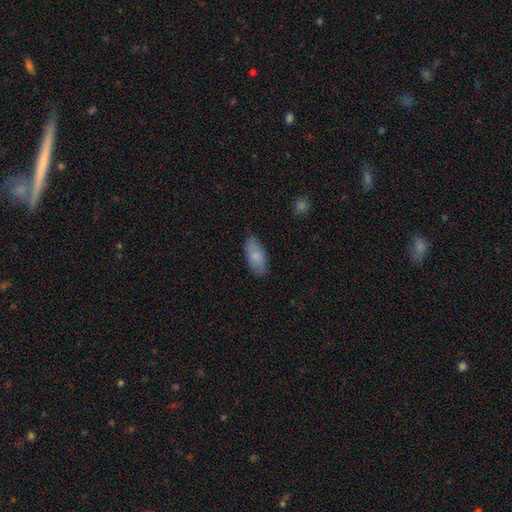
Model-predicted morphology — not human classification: smooth-or-featured: smooth: 77% | featured or disk: 17% | star or artifact: 6%
  how-rounded: in between: 89% | cigar-shaped: 9% | round: 2%
  merging: none: 79% | minor disturbance: 16% | major disturbance: 3% | merger: 1%